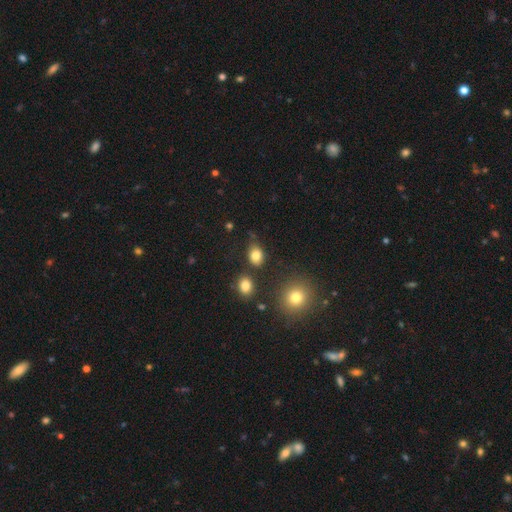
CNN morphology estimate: The model was most divided on "how rounded": in between: 59%, round: 40%, cigar-shaped: 1%. More confident: smooth or featured — smooth (83%); merging — none (71%).